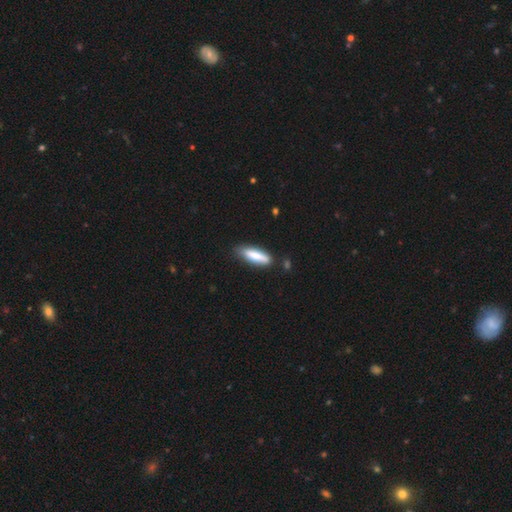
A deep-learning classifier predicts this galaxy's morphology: Q: Smooth or featured?
A: smooth (76%); runner-up: featured or disk (18%)
Q: How rounded?
A: cigar-shaped (61%); runner-up: in between (38%)
Q: Merging?
A: none (76%); runner-up: minor disturbance (17%)